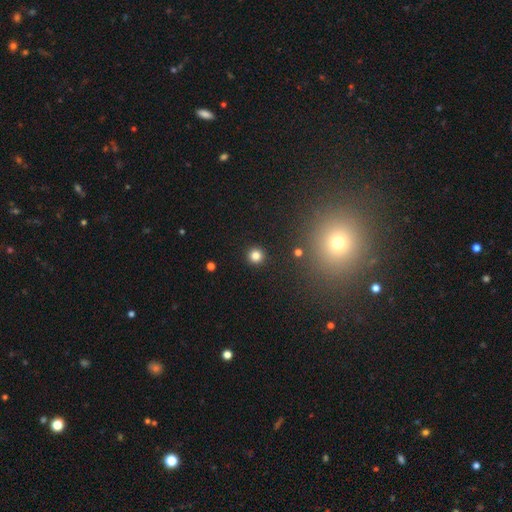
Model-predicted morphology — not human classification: Smooth or featured?
  - smooth: 82% *
  - star or artifact: 13%
  - featured or disk: 5%
How rounded?
  - round: 95% *
  - in between: 4%
  - cigar-shaped: 1%
Merging?
  - none: 92% *
  - minor disturbance: 4%
  - major disturbance: 2%
  - merger: 2%